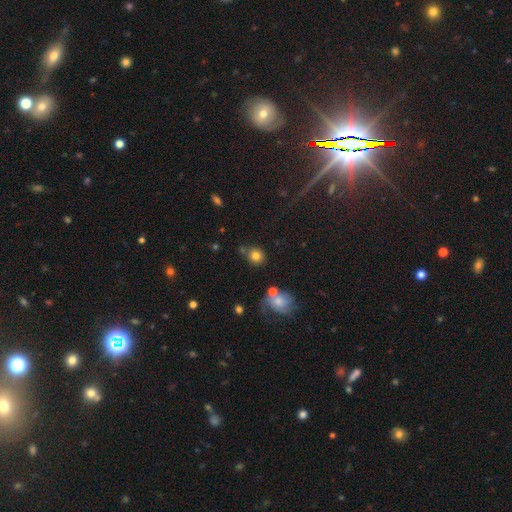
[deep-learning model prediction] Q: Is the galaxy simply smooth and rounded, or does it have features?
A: smooth — 79%.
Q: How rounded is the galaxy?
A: round — 82%.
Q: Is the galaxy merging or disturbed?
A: none — 64%.